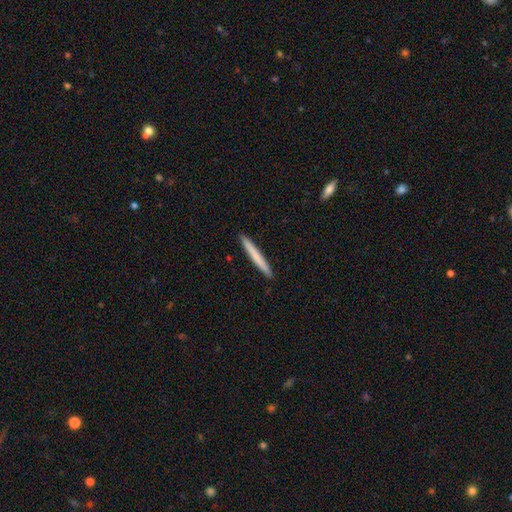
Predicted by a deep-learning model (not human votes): smooth_or_featured: smooth (p=0.71) [alt: featured or disk p=0.24]
how_rounded: cigar-shaped (p=0.97) [alt: in between p=0.02]
merging: none (p=0.93) [alt: minor disturbance p=0.05]